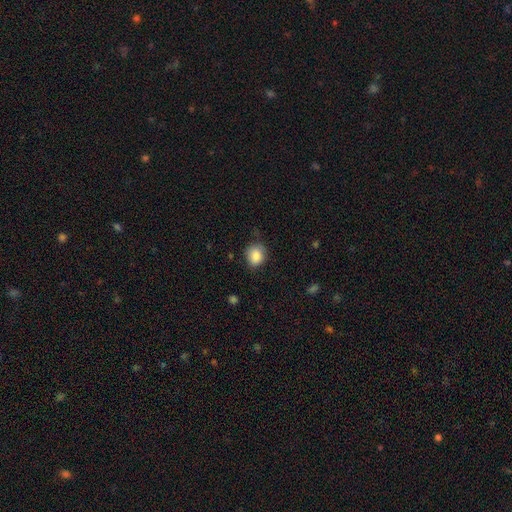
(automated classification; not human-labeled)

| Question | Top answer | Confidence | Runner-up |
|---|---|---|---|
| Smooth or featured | smooth | 86% | star or artifact (9%) |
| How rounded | round | 70% | in between (29%) |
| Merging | none | 73% | minor disturbance (21%) |